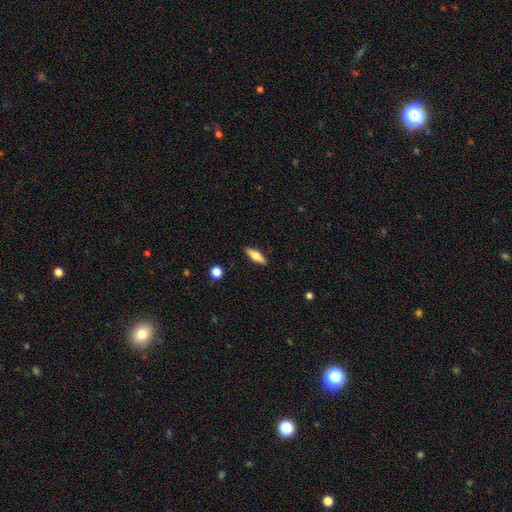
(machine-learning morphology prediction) Smooth or featured? Predicted: smooth (p=0.62). How rounded? Predicted: in between (p=0.52). Merging? Predicted: none (p=0.88).